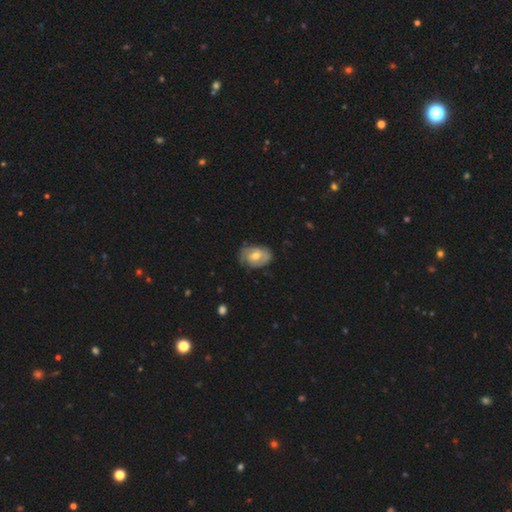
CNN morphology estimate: type=featured or disk (57%); edge-on=no (95%); bar=no (63%); spiral arms=yes (75%); bulge=moderate (68%); merging=none (63%).